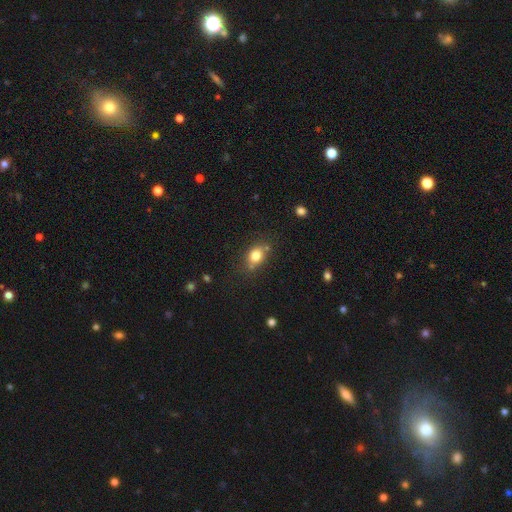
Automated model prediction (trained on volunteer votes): Morphology: type=smooth (79%); roundness=in between (55%); merging=none (71%).